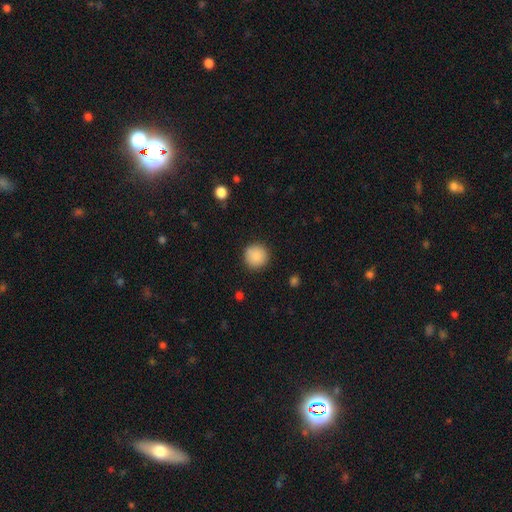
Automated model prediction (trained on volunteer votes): Overall: smooth (87%). How rounded: round (95%). Merging: none (90%).